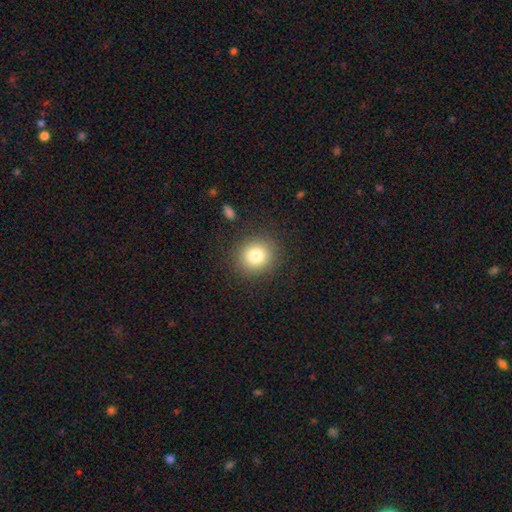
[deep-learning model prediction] Smooth or featured? smooth (80%)
How rounded? round (83%)
Merging? none (87%)